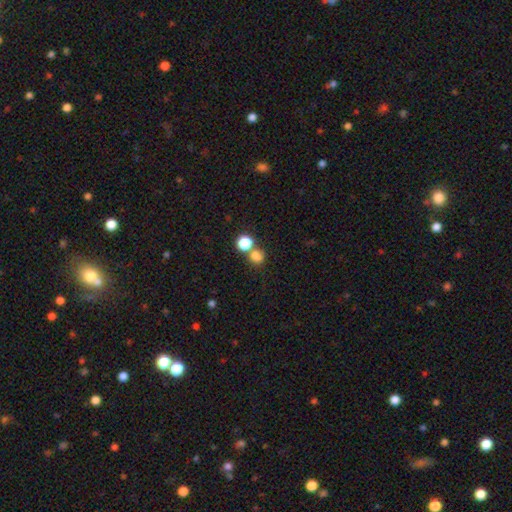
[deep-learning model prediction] The model was most divided on "merging": none: 53%, merger: 35%, minor disturbance: 8%, major disturbance: 4%. More confident: smooth or featured — smooth (77%); how rounded — round (75%).